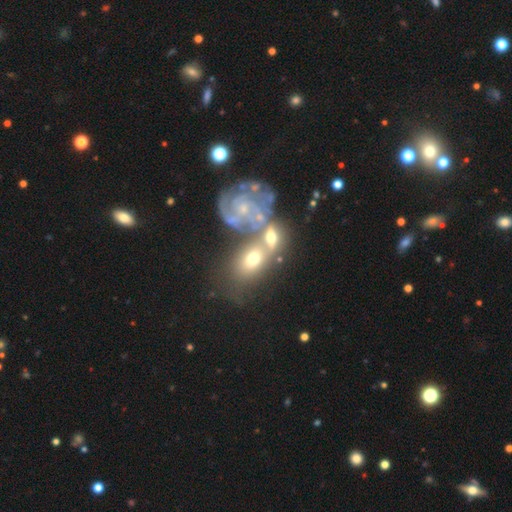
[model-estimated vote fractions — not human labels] Morphology: type=featured or disk (60%); edge-on=no (95%); bar=no (73%); spiral arms=yes (77%); bulge=small (56%); merging=merger (46%).